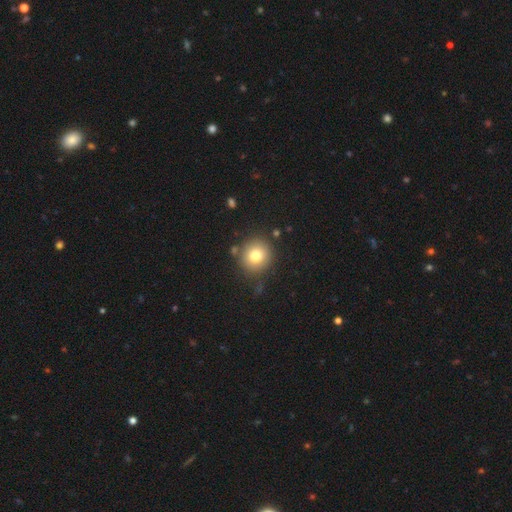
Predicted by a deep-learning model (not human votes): Smooth or featured? Predicted: smooth (p=0.78). How rounded? Predicted: round (p=0.91). Merging? Predicted: none (p=0.83).